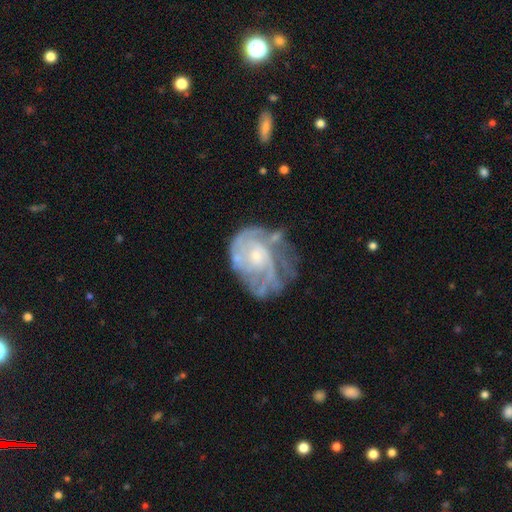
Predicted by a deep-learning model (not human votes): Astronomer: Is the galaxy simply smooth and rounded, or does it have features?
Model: featured or disk — 82%.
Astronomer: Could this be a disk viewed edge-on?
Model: no — 98%.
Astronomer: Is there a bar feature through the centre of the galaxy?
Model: no — 72%.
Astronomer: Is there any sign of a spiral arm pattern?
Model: yes — 87%.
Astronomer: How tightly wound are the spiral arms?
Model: tight — 54% (runner-up: medium, 33%).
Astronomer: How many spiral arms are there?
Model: can't tell — 40% (runner-up: 2, 24%).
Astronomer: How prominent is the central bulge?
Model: small — 66%.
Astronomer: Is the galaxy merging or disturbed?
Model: none — 42% (runner-up: major disturbance, 26%).